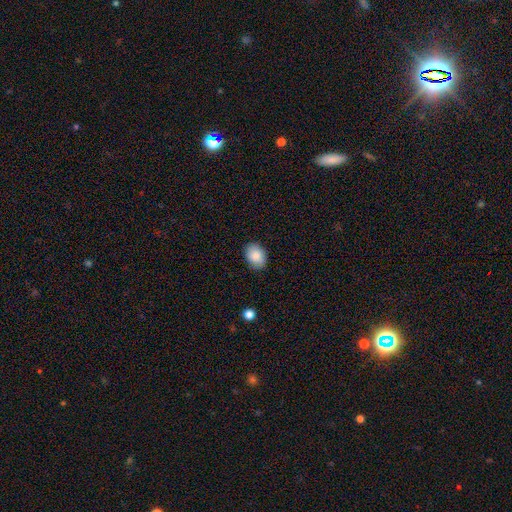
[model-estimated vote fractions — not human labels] Smooth or featured?
  - smooth: 86% *
  - star or artifact: 7%
  - featured or disk: 7%
How rounded?
  - in between: 73% *
  - round: 26%
  - cigar-shaped: 1%
Merging?
  - none: 85% *
  - minor disturbance: 11%
  - major disturbance: 2%
  - merger: 1%